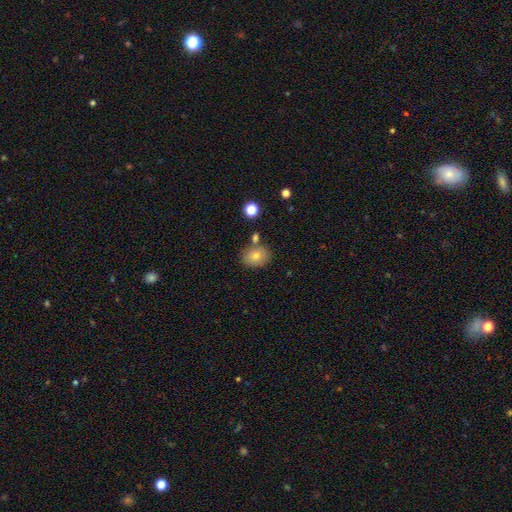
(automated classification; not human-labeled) Q: Smooth or featured?
A: smooth (75%); runner-up: featured or disk (14%)
Q: How rounded?
A: in between (66%); runner-up: round (33%)
Q: Merging?
A: none (76%); runner-up: minor disturbance (12%)